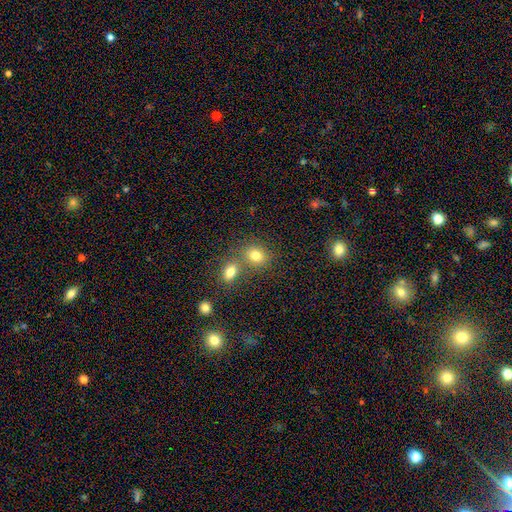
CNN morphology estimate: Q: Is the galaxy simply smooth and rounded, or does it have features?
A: smooth — 77%.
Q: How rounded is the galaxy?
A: round — 57%.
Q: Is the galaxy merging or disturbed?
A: none — 55%.